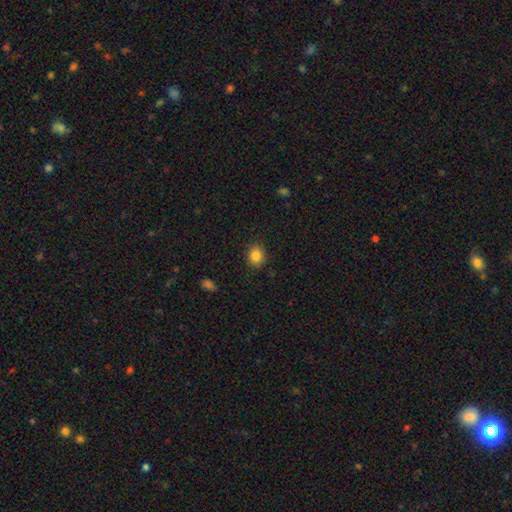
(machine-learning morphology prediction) Smooth or featured?
  - smooth: 84% *
  - star or artifact: 10%
  - featured or disk: 6%
How rounded?
  - round: 71% *
  - in between: 28%
  - cigar-shaped: 1%
Merging?
  - none: 88% *
  - minor disturbance: 9%
  - major disturbance: 2%
  - merger: 1%